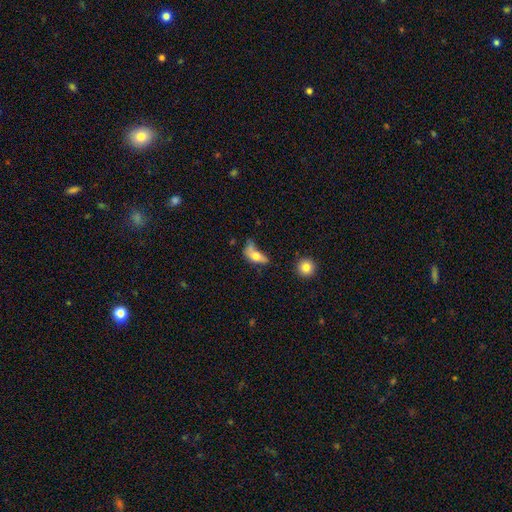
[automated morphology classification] Smooth or featured?
  - smooth: 62% *
  - featured or disk: 29%
  - star or artifact: 9%
How rounded?
  - in between: 76% *
  - round: 13%
  - cigar-shaped: 11%
Merging?
  - major disturbance: 31% *
  - minor disturbance: 25%
  - none: 25%
  - merger: 20%